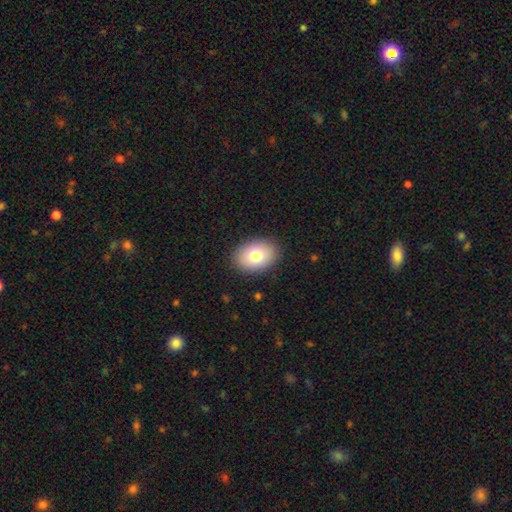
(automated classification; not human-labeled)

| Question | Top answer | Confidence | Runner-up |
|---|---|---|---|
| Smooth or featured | smooth | 78% | featured or disk (14%) |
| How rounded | in between | 75% | round (24%) |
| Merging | none | 89% | minor disturbance (8%) |